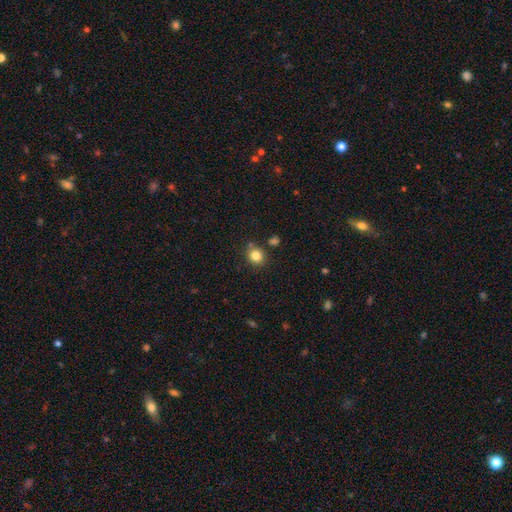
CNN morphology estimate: This appears to be a smooth galaxy with no disk features (83%) that is round (82%). Merging: none (80%).